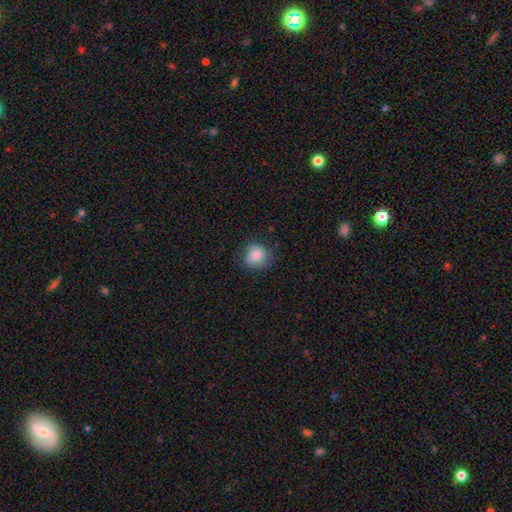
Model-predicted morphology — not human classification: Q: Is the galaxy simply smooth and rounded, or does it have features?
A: smooth — 82%.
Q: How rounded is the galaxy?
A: round — 78%.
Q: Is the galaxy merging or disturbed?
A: none — 70%.